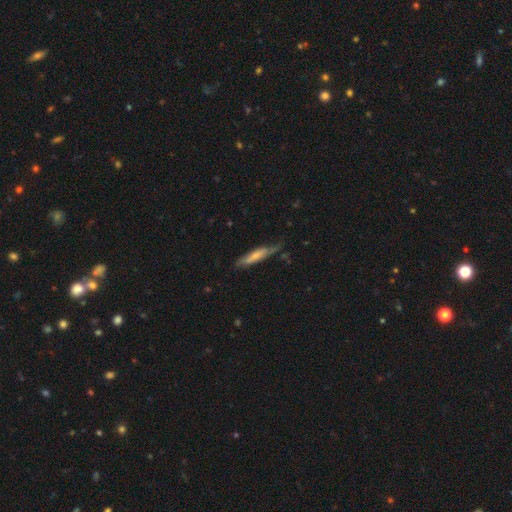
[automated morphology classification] Smooth or featured? Predicted: smooth (p=0.53). How rounded? Predicted: cigar-shaped (p=0.81). Merging? Predicted: none (p=0.56).